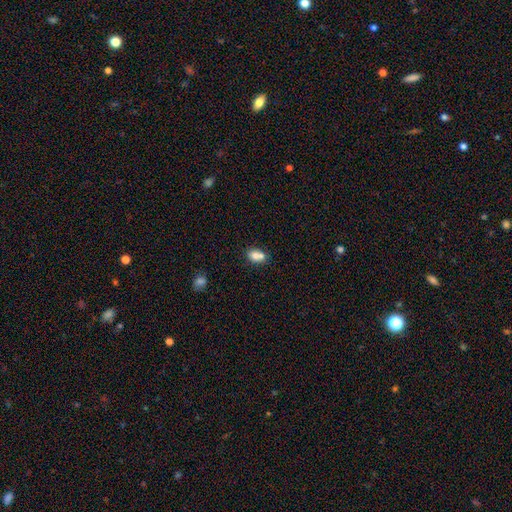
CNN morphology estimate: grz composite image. It shows a smooth galaxy with no disk features (74%) that is in between round and cigar-shaped (64%). Merging: merger (46%).